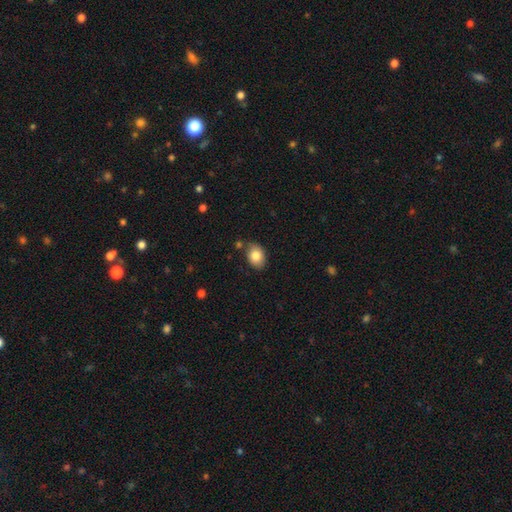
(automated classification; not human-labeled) The model was most divided on "how rounded": in between: 71%, round: 28%, cigar-shaped: 1%. More confident: smooth or featured — smooth (83%); merging — none (78%).